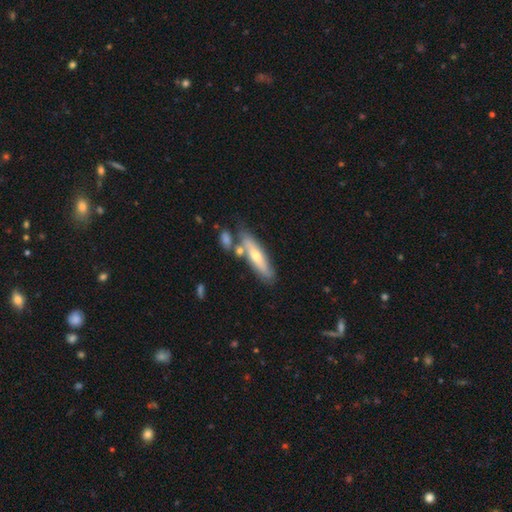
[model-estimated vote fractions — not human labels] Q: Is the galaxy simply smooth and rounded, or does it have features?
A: featured or disk — 49%.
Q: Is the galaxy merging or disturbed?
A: none — 67%.